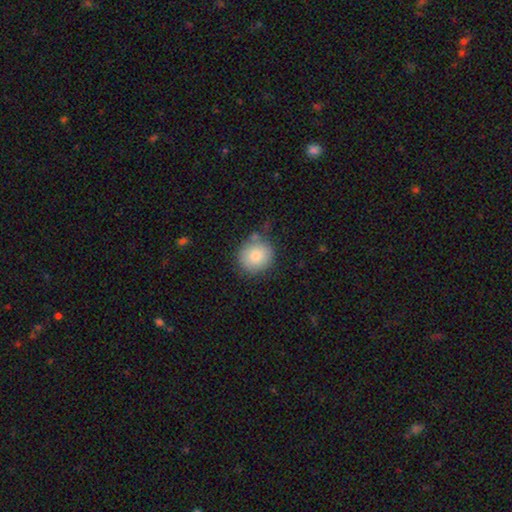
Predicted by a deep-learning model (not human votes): Overall: smooth (83%). How rounded: round (88%). Merging: none (73%).